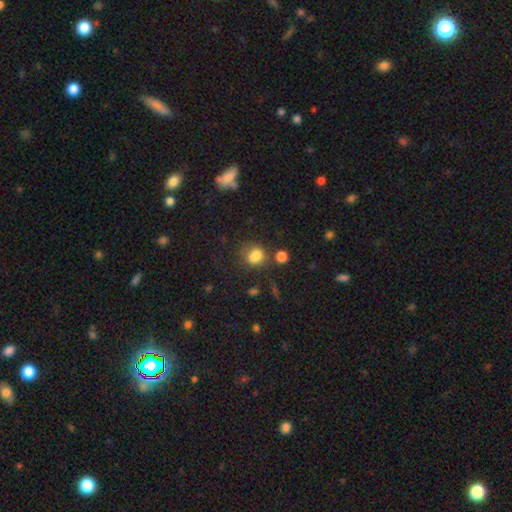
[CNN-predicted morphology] Q: Smooth or featured?
A: smooth (78%); runner-up: star or artifact (14%)
Q: How rounded?
A: round (56%); runner-up: in between (42%)
Q: Merging?
A: none (54%); runner-up: minor disturbance (19%)